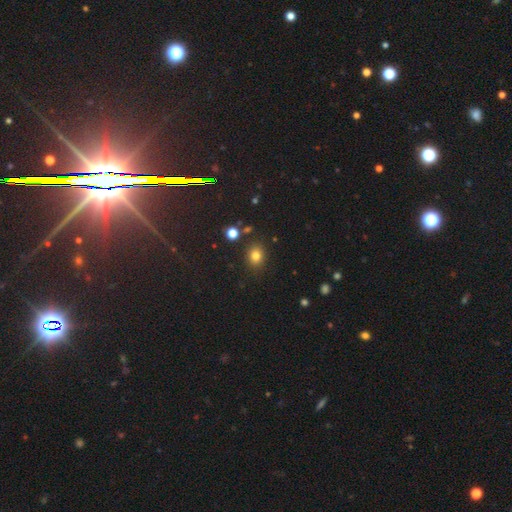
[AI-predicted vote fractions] This is likely a smooth galaxy (79%). How rounded: likely round (61%). Merging: clearly none (84%).